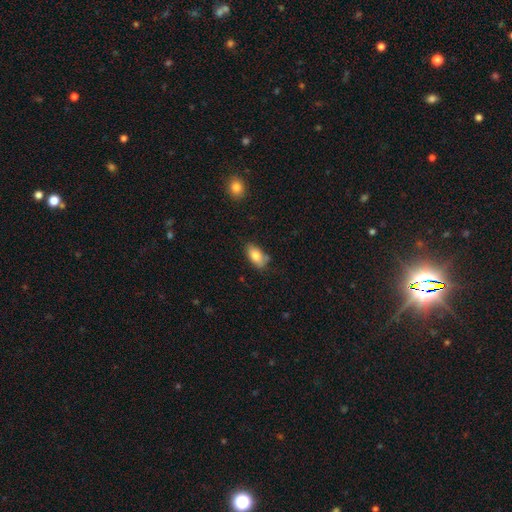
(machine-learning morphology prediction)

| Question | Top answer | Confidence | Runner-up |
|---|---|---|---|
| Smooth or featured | smooth | 79% | featured or disk (14%) |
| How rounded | in between | 89% | cigar-shaped (6%) |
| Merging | none | 64% | minor disturbance (25%) |